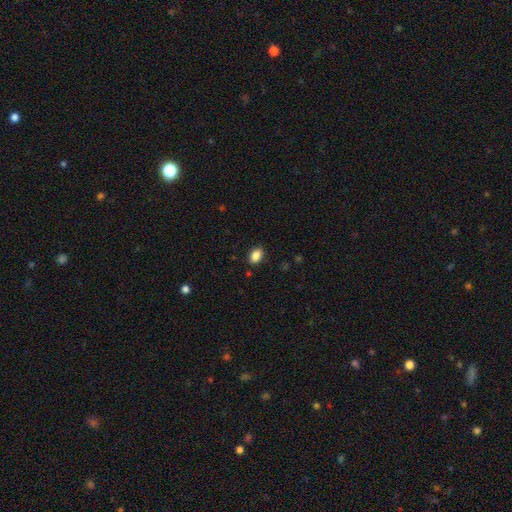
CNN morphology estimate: smooth_or_featured: smooth (p=0.87) [alt: star or artifact p=0.09]
how_rounded: in between (p=0.79) [alt: round p=0.19]
merging: none (p=0.88) [alt: minor disturbance p=0.09]